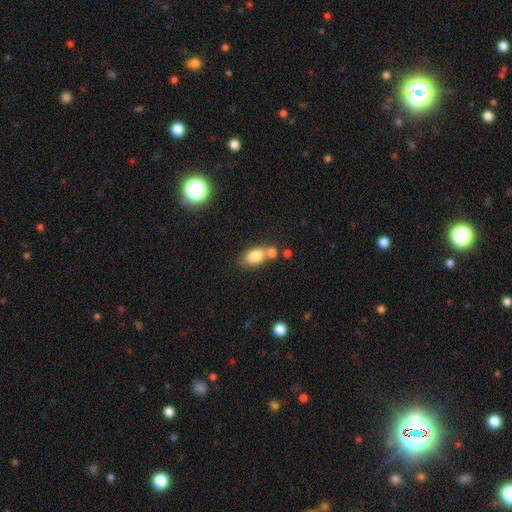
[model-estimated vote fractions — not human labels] A smooth galaxy with no disk features (81%) that is in between round and cigar-shaped (85%).

Vote fractions:
- Smooth or featured? smooth: 81% / featured or disk: 11% / star or artifact: 9%
- How rounded? in between: 85% / round: 11% / cigar-shaped: 4%
- Merging? none: 50% / merger: 32% / minor disturbance: 13% / major disturbance: 4%